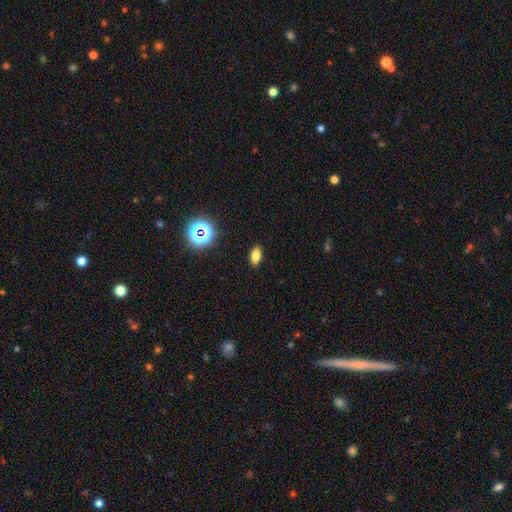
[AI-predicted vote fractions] Smooth or featured?
  - smooth: 75% *
  - star or artifact: 15%
  - featured or disk: 9%
How rounded?
  - in between: 86% *
  - cigar-shaped: 7%
  - round: 7%
Merging?
  - none: 90% *
  - minor disturbance: 7%
  - major disturbance: 2%
  - merger: 1%